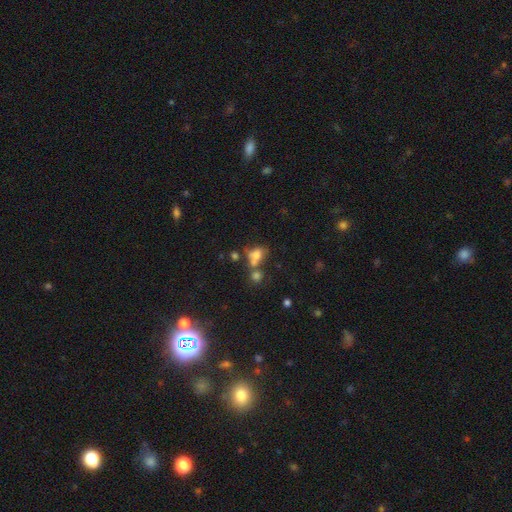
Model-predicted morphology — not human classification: type=smooth (66%); roundness=in between (57%); merging=merger (43%).